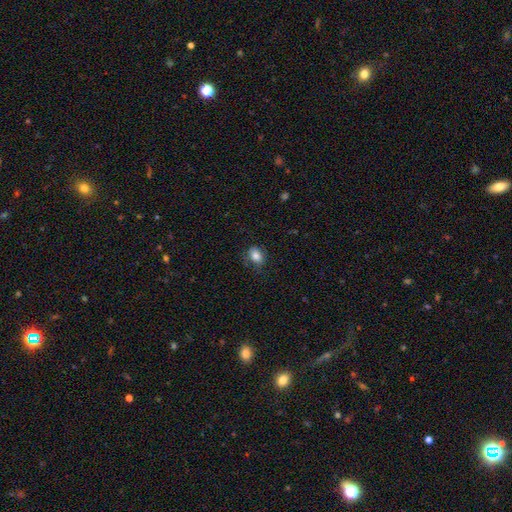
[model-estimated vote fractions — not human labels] The model was most divided on "how rounded": in between: 74%, round: 25%, cigar-shaped: 1%. More confident: smooth or featured — smooth (83%); merging — none (71%).